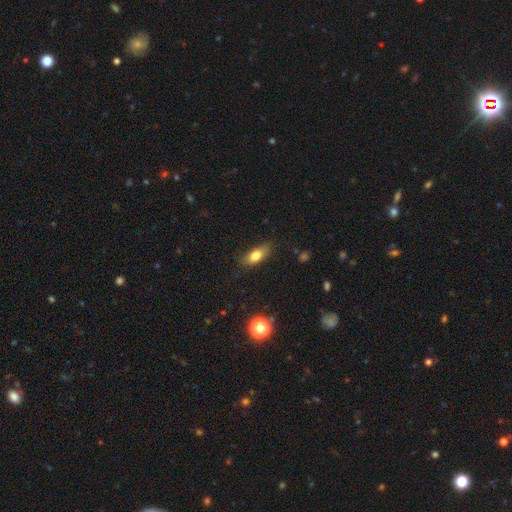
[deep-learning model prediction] smooth_or_featured: smooth (p=0.75) [alt: featured or disk p=0.16]
how_rounded: in between (p=0.73) [alt: cigar-shaped p=0.22]
merging: none (p=0.79) [alt: minor disturbance p=0.16]